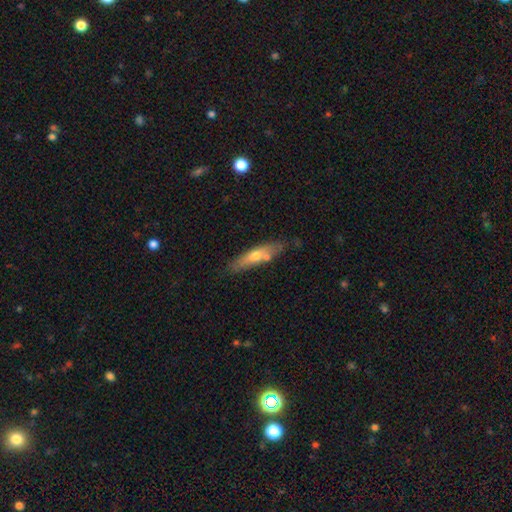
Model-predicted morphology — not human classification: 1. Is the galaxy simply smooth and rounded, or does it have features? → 54% smooth, 40% featured or disk, 6% star or artifact.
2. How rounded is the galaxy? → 72% cigar-shaped, 26% in between, 2% round.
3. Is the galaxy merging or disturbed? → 71% none, 15% minor disturbance, 10% merger, 3% major disturbance.